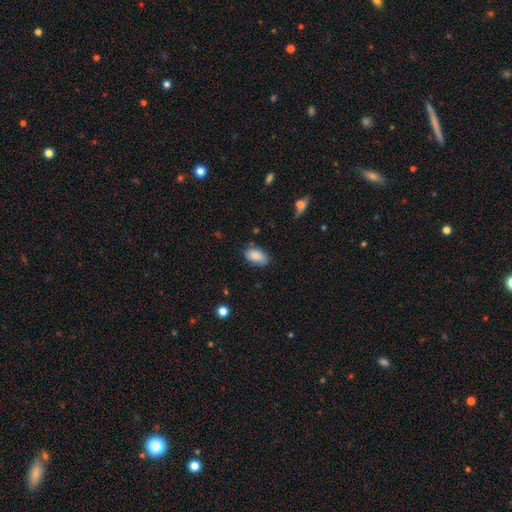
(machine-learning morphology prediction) Q: Smooth or featured?
A: smooth (87%); runner-up: star or artifact (7%)
Q: How rounded?
A: in between (93%); runner-up: round (4%)
Q: Merging?
A: none (74%); runner-up: minor disturbance (20%)